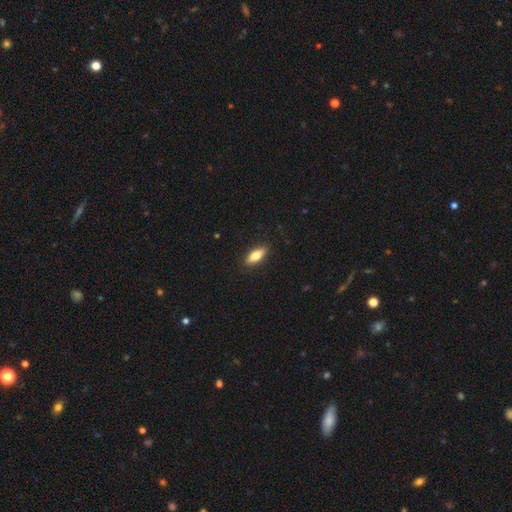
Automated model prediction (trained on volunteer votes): Smooth or featured?
  - smooth: 74% *
  - featured or disk: 20%
  - star or artifact: 6%
How rounded?
  - in between: 71% *
  - cigar-shaped: 26%
  - round: 3%
Merging?
  - none: 89% *
  - minor disturbance: 8%
  - major disturbance: 2%
  - merger: 1%